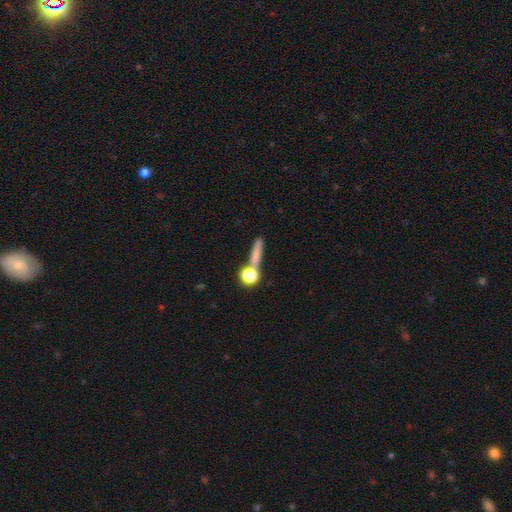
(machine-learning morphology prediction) This is likely a smooth galaxy (68%). How rounded: likely cigar-shaped (60%). Merging: likely none (62%).